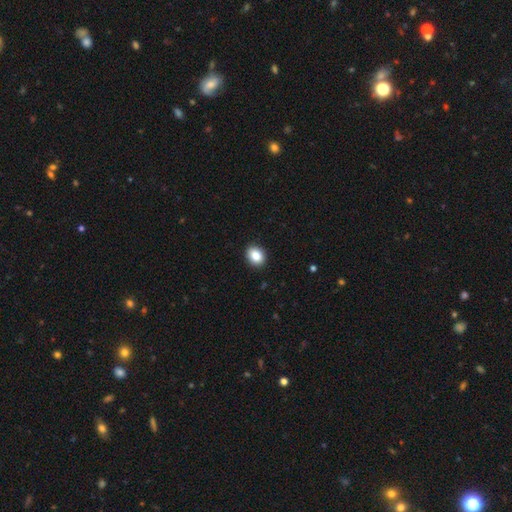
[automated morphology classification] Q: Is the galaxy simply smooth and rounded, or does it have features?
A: smooth — 86%.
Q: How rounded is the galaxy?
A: in between — 56%.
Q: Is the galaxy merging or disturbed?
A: none — 91%.